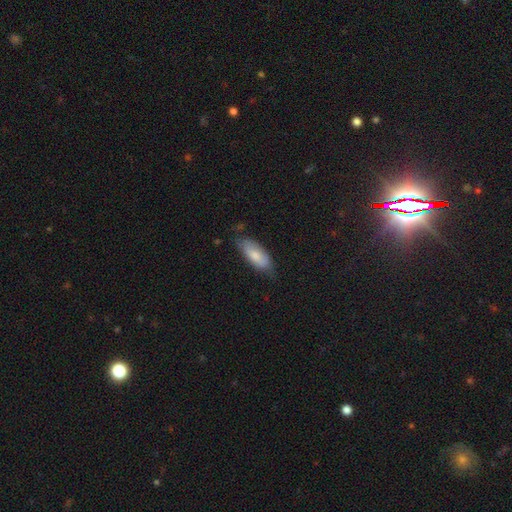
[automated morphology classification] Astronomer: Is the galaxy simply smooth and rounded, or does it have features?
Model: smooth — 75%.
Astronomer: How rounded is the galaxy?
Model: in between — 80%.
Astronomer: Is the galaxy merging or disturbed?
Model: none — 64%.